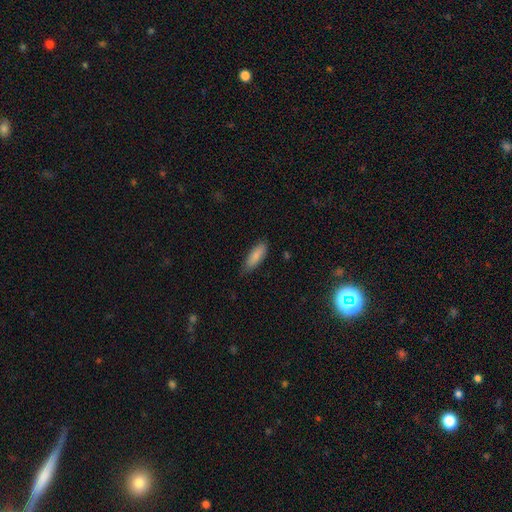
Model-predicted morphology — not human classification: smooth_or_featured: smooth (p=0.86) [alt: featured or disk p=0.08]
how_rounded: in between (p=0.63) [alt: cigar-shaped p=0.35]
merging: none (p=0.78) [alt: minor disturbance p=0.18]